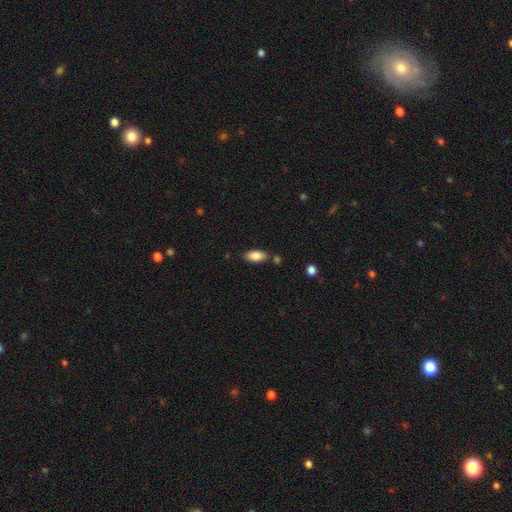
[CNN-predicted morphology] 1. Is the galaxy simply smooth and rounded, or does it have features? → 85% smooth, 8% featured or disk, 7% star or artifact.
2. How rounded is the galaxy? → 90% in between, 7% cigar-shaped, 3% round.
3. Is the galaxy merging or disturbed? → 77% none, 13% minor disturbance, 7% merger, 3% major disturbance.